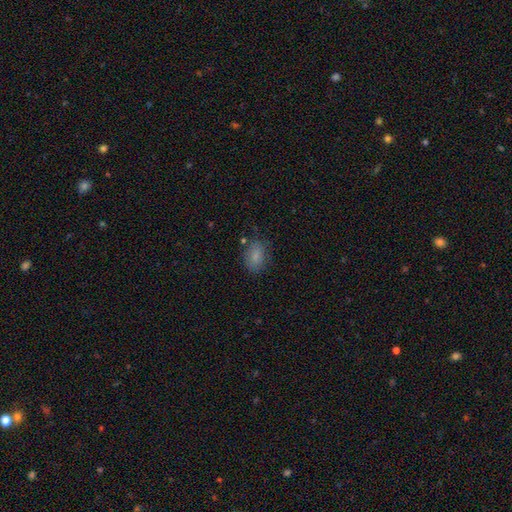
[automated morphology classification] The model was most divided on "how rounded": in between: 77%, round: 21%, cigar-shaped: 2%. More confident: smooth or featured — smooth (83%); merging — none (76%).